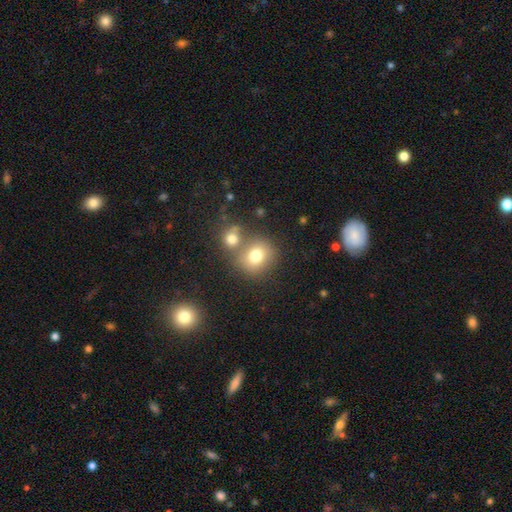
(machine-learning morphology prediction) smooth 75%, star or artifact 13%, featured or disk 12%. Down the decision tree: how rounded — round (79%); merging — none (55%).